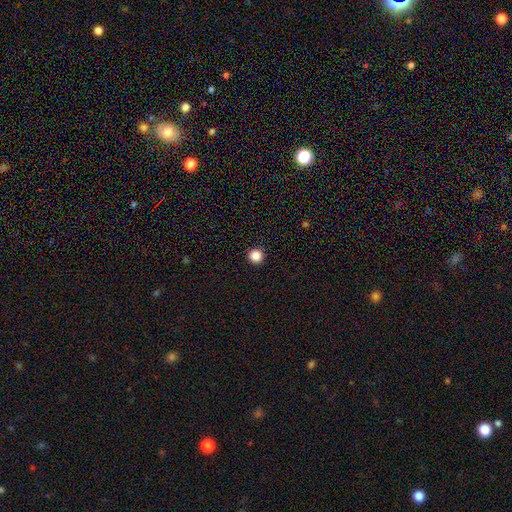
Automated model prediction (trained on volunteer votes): smooth_or_featured: smooth (p=0.87) [alt: star or artifact p=0.11]
how_rounded: round (p=0.96) [alt: in between p=0.03]
merging: none (p=0.94) [alt: minor disturbance p=0.04]